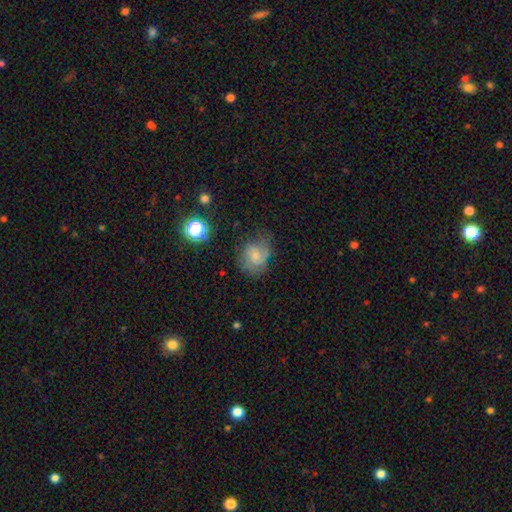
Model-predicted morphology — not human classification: Smooth or featured? smooth (49%)
Merging? none (49%)